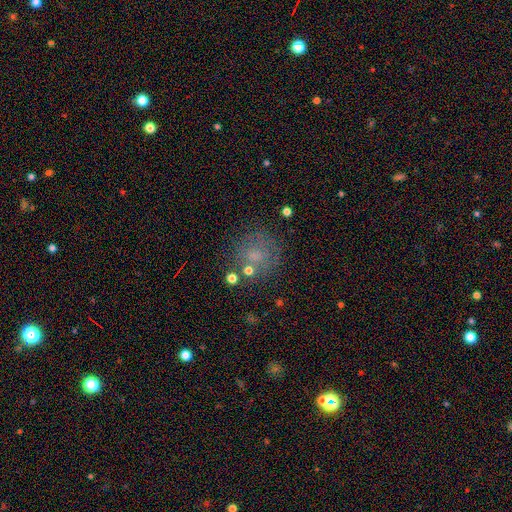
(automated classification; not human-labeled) This appears to be a smooth galaxy with no disk features (57%) that is round (85%). Merging: none (67%).